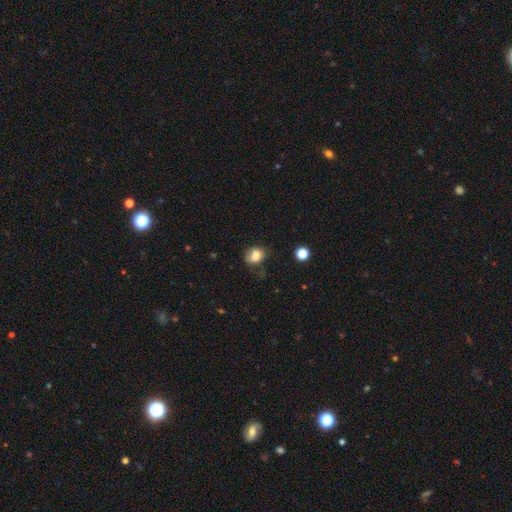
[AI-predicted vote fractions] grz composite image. It shows a smooth galaxy with no disk features (80%) that is round (53%). Merging: none (54%).